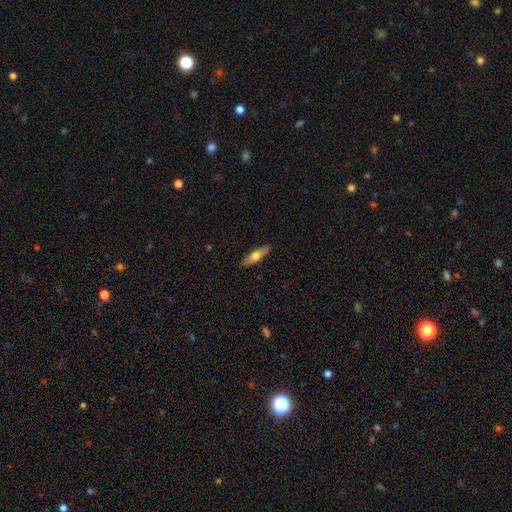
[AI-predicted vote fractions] Overall: smooth (50%; featured or disk 44%). Merging: none (90%).